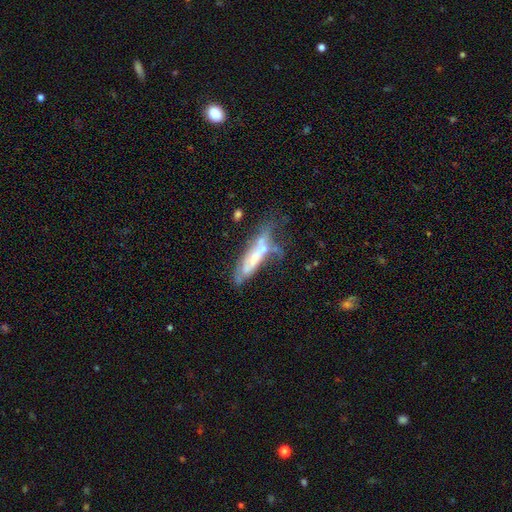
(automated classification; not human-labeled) Overall: featured or disk (56%; smooth 35%). Edge-on disk: no (56%; yes 44%). Merging: none (31%; minor disturbance 23%).